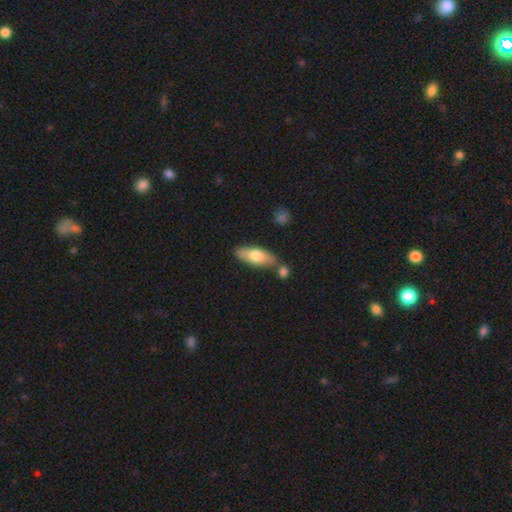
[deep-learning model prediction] Smooth or featured?
  - smooth: 70% *
  - featured or disk: 24%
  - star or artifact: 5%
How rounded?
  - in between: 71% *
  - cigar-shaped: 27%
  - round: 2%
Merging?
  - none: 67% *
  - merger: 16%
  - minor disturbance: 14%
  - major disturbance: 3%